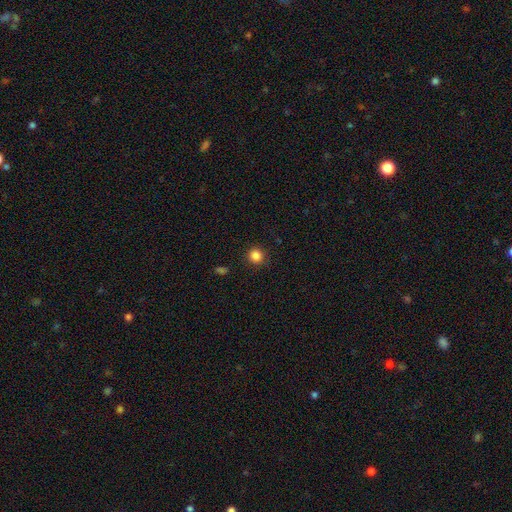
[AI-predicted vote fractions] smooth-or-featured: smooth: 85% | star or artifact: 11% | featured or disk: 3%
  how-rounded: round: 90% | in between: 9% | cigar-shaped: 1%
  merging: none: 89% | minor disturbance: 7% | major disturbance: 2% | merger: 1%